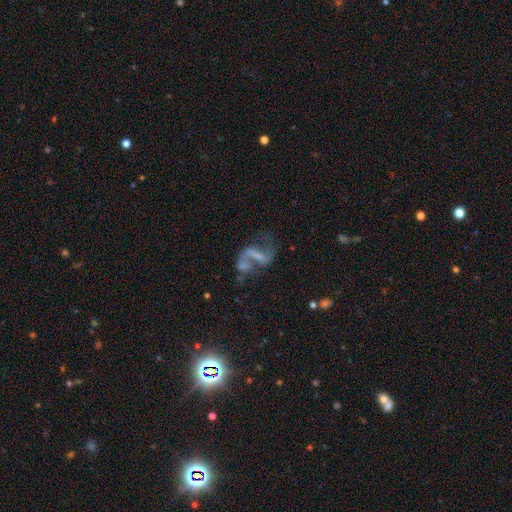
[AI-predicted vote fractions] smooth-or-featured: featured or disk: 64% | smooth: 21% | star or artifact: 15%
  disk-edge-on: no: 96% | yes: 4%
    bar: strong: 35% | no: 33% | weak: 32%
    has-spiral-arms: yes: 65% | no: 35%
    bulge-size: none: 57% | small: 22% | moderate: 15% | large: 4% | dominant: 2%
  merging: merger: 34% | none: 27% | major disturbance: 26% | minor disturbance: 12%